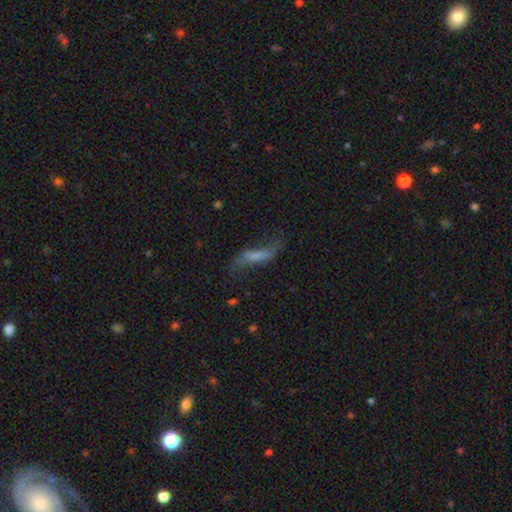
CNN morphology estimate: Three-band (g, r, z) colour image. It shows a featured or disk galaxy (57%). Merging: none (56%).